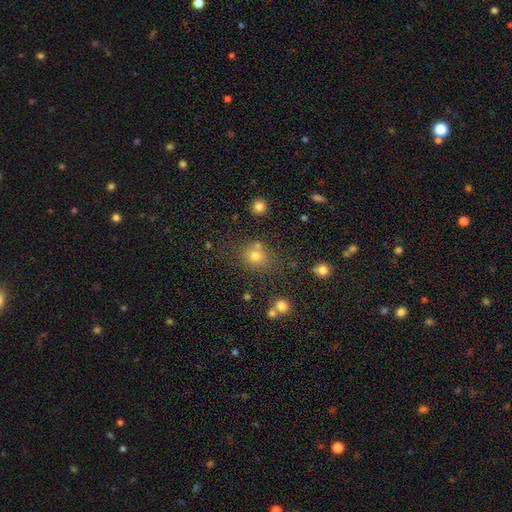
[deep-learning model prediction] smooth_or_featured: smooth (p=0.72) [alt: star or artifact p=0.19]
how_rounded: round (p=0.72) [alt: in between p=0.27]
merging: none (p=0.65) [alt: merger p=0.18]